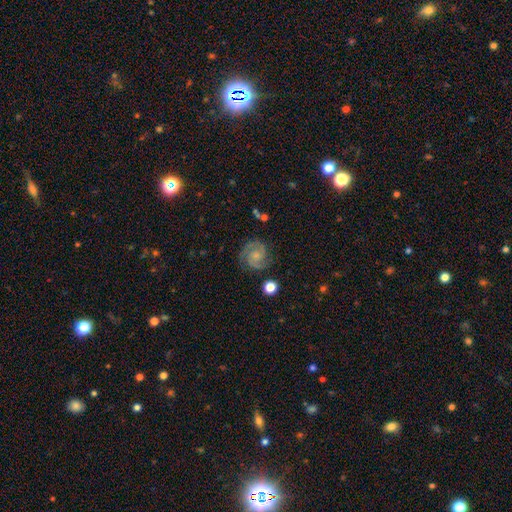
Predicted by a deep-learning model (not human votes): Smooth or featured? Predicted: featured or disk (p=0.80). Edge-on disk? Predicted: no (p=0.98). Bar? Predicted: no (p=0.63). Spiral arms? Predicted: yes (p=0.97). Spiral winding? Predicted: tight (p=0.47). Spiral arm count? Predicted: 2 (p=0.82). Bulge size? Predicted: small (p=0.43). Merging? Predicted: none (p=0.78).